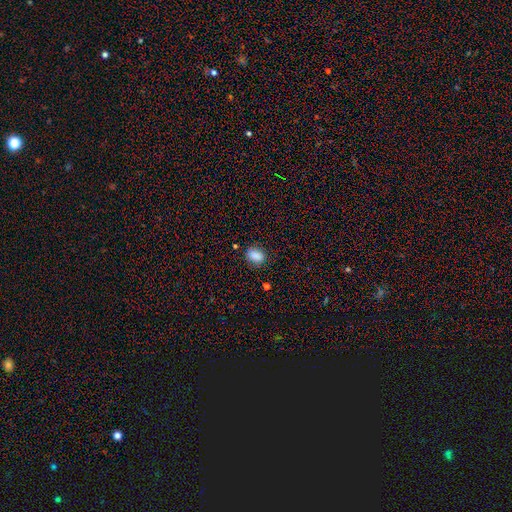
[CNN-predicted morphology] smooth_or_featured: smooth (p=0.86) [alt: star or artifact p=0.10]
how_rounded: in between (p=0.75) [alt: round p=0.23]
merging: none (p=0.80) [alt: minor disturbance p=0.14]